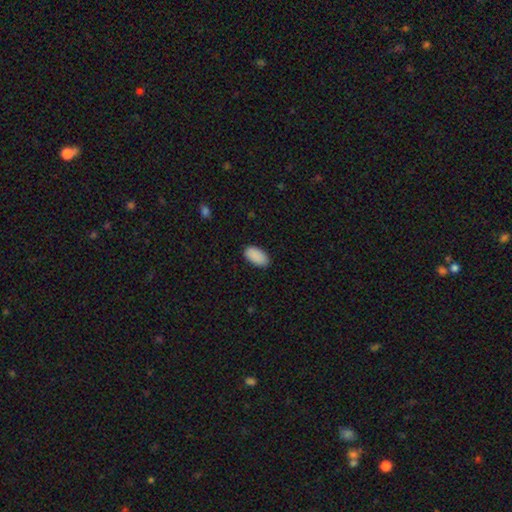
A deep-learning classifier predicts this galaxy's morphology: smooth_or_featured: smooth (p=0.90) [alt: star or artifact p=0.07]
how_rounded: in between (p=0.95) [alt: round p=0.03]
merging: none (p=0.86) [alt: minor disturbance p=0.11]